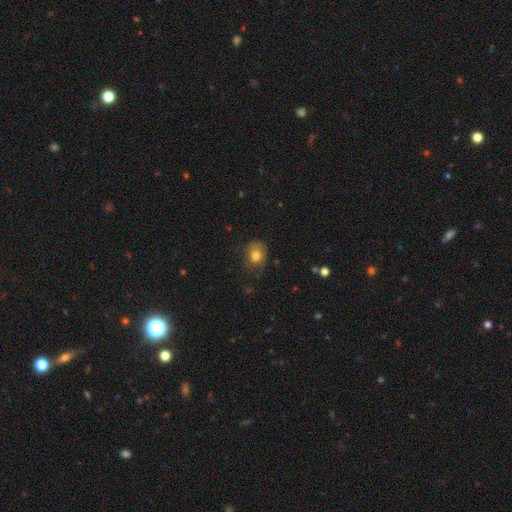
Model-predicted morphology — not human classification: Smooth or featured? smooth (77%)
How rounded? round (57%)
Merging? none (64%)